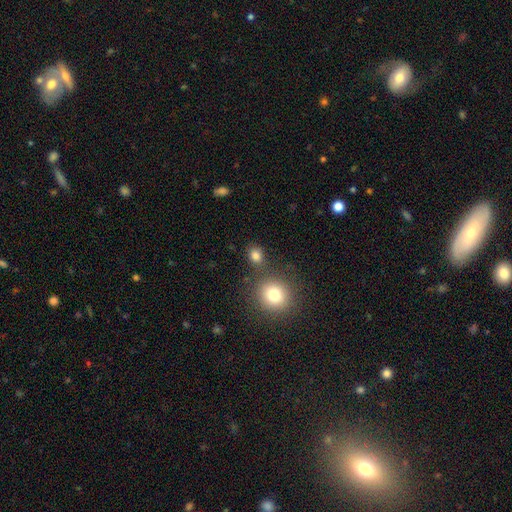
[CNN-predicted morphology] Smooth or featured? smooth (80%)
How rounded? round (61%)
Merging? none (74%)